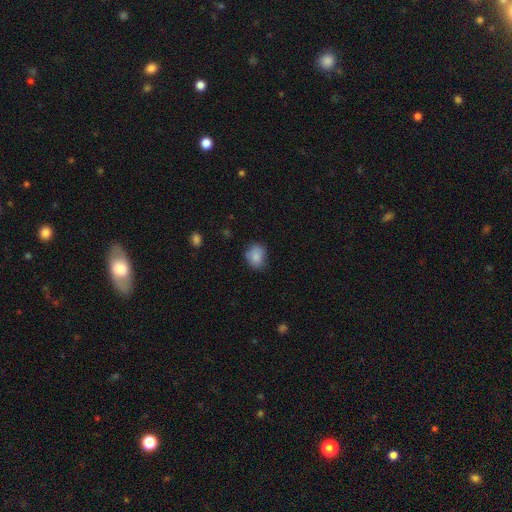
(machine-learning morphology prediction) This appears to be a smooth galaxy with no disk features (85%) that is round (54%). Merging: none (69%).